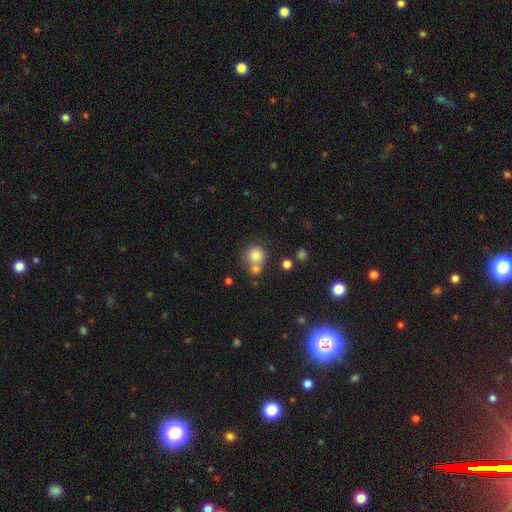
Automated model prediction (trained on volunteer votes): A smooth galaxy with no disk features (79%) that is round (88%). Merging: none (51%).